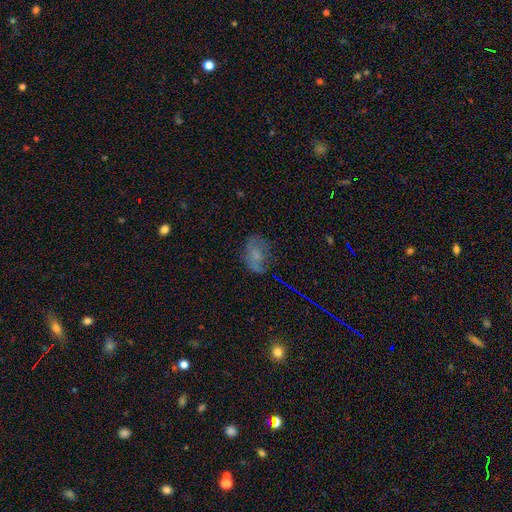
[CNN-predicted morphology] A smooth galaxy with no disk features (46%). Merging: none (49%).